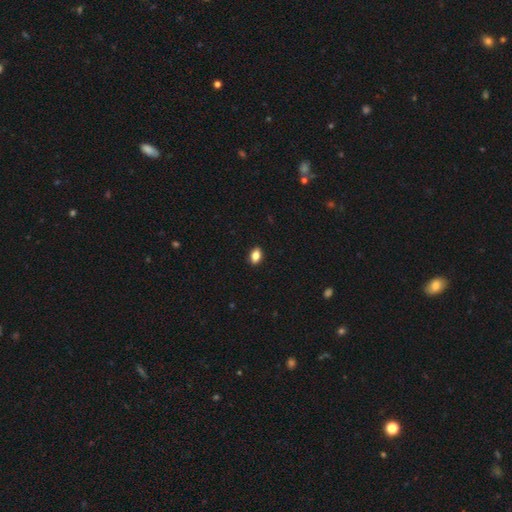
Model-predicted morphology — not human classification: This is clearly a smooth galaxy (83%). How rounded: clearly in between (84%). Merging: clearly none (90%).